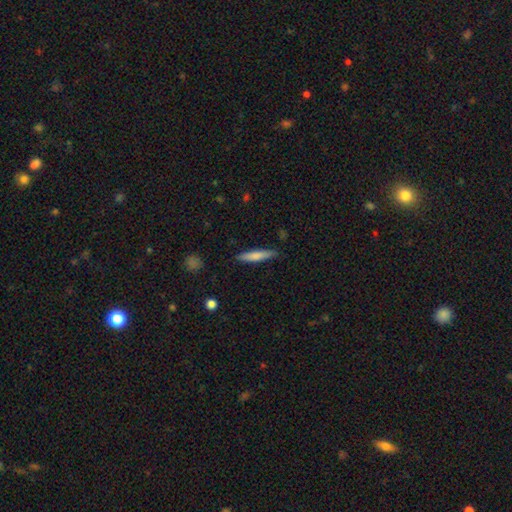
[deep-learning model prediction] Smooth or featured: smooth — 73% (featured or disk — 22%)
How rounded: cigar-shaped — 90% (in between — 9%)
Merging: none — 87% (minor disturbance — 10%)